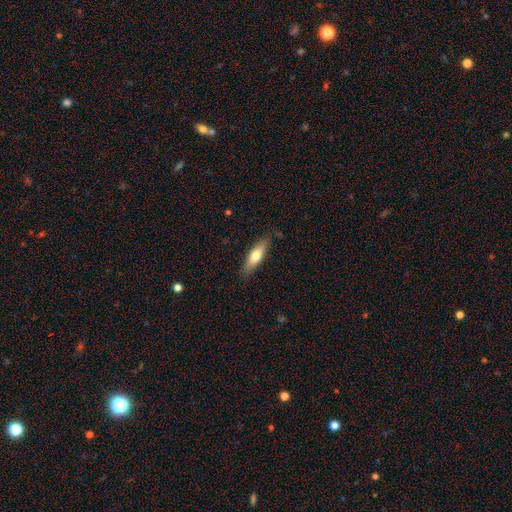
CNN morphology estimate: This appears to be a smooth galaxy with no disk features (67%) that is cigar-shaped (54%). Merging: none (83%).